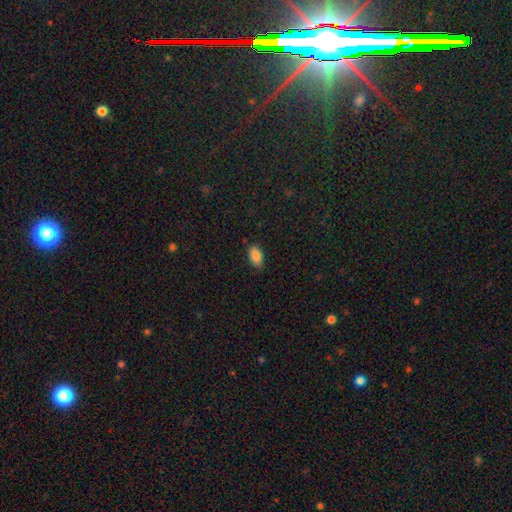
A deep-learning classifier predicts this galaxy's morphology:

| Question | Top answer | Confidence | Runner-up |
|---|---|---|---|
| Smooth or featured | smooth | 87% | star or artifact (8%) |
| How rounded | in between | 92% | round (6%) |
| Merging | none | 84% | minor disturbance (13%) |